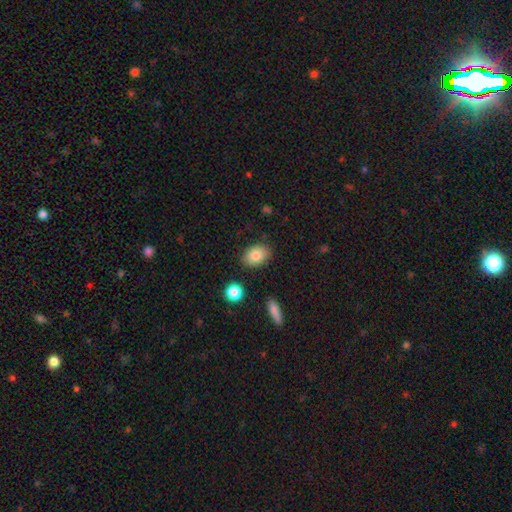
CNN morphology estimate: smooth_or_featured: smooth (p=0.84) [alt: star or artifact p=0.08]
how_rounded: in between (p=0.80) [alt: round p=0.19]
merging: none (p=0.84) [alt: minor disturbance p=0.11]